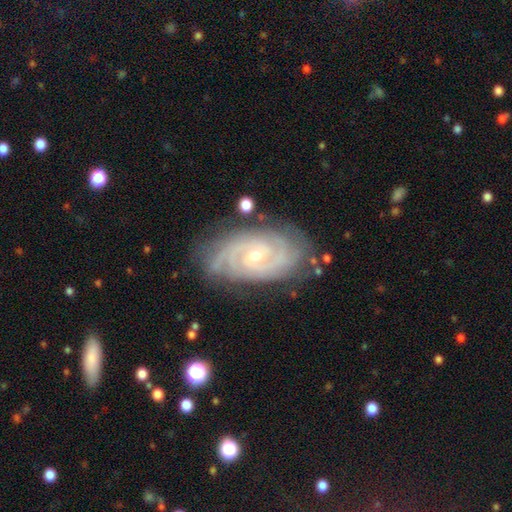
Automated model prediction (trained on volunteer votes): A featured or disk galaxy (90%) with no bar (62%), 2 (29%) tight (77%) spiral arms (98%) and a small central bulge (62%).

Vote fractions:
- Smooth or featured? featured or disk: 90% / star or artifact: 5% / smooth: 5%
- Edge-on disk? no: 96% / yes: 4%
- Bar? no: 62% / weak: 30% / strong: 8%
- Spiral arms? yes: 98% / no: 2%
- Spiral winding? tight: 77% / medium: 20% / loose: 3%
- Spiral arm count? 2: 29% / 3: 25% / can't tell: 20% / 4: 14% / more than 4: 6% / 1: 5%
- Bulge size? small: 62% / moderate: 36% / large: 1% / none: 1% / dominant: 1%
- Merging? none: 77% / minor disturbance: 17% / major disturbance: 4% / merger: 2%